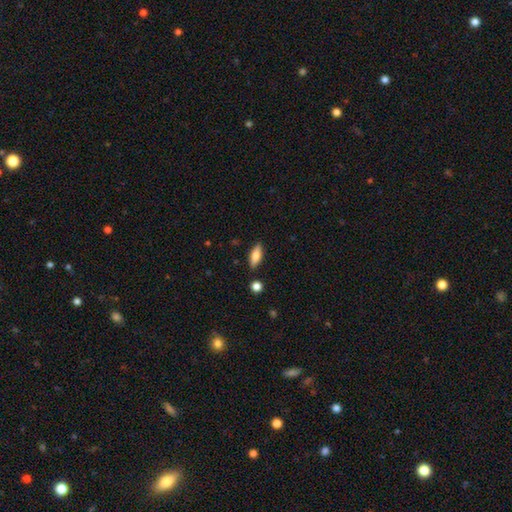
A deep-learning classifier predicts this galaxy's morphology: Smooth or featured? smooth (69%)
How rounded? in between (64%)
Merging? none (85%)